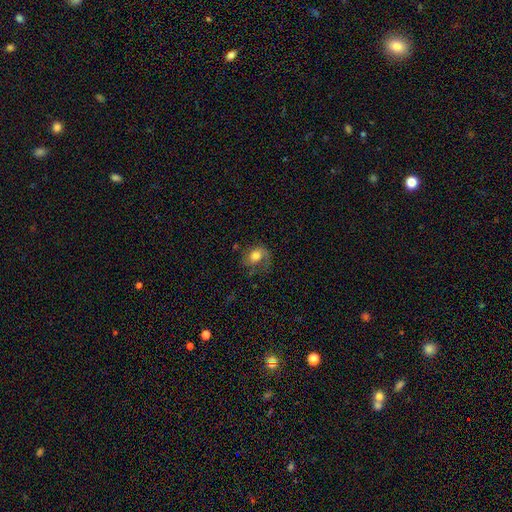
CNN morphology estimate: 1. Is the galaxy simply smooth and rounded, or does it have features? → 61% smooth, 30% featured or disk, 9% star or artifact.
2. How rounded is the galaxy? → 60% in between, 38% round, 1% cigar-shaped.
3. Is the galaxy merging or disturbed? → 49% none, 26% minor disturbance, 23% major disturbance, 2% merger.